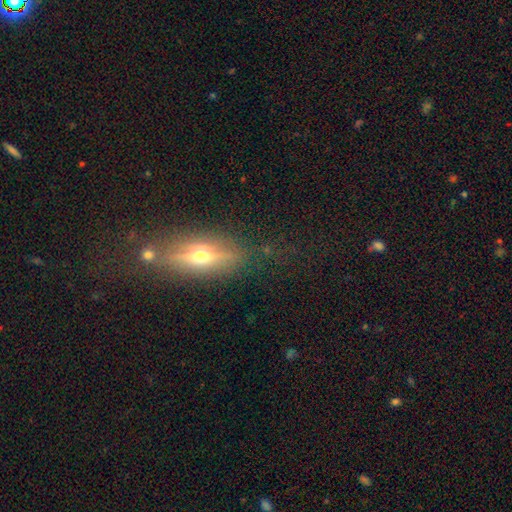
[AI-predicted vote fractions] Smooth or featured? Predicted: featured or disk (p=0.47). Merging? Predicted: none (p=0.66).